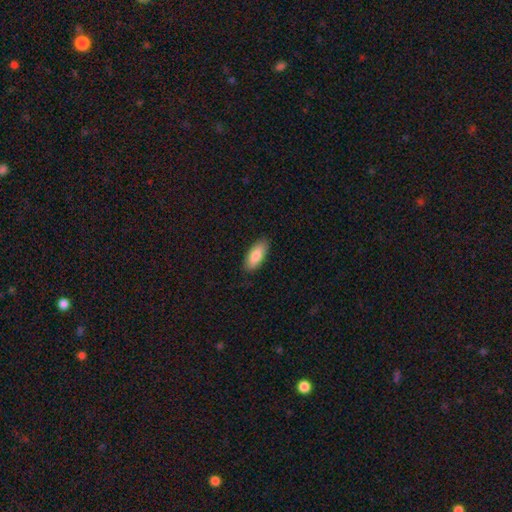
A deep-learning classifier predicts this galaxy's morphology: type=smooth (82%); roundness=in between (82%); merging=none (85%).